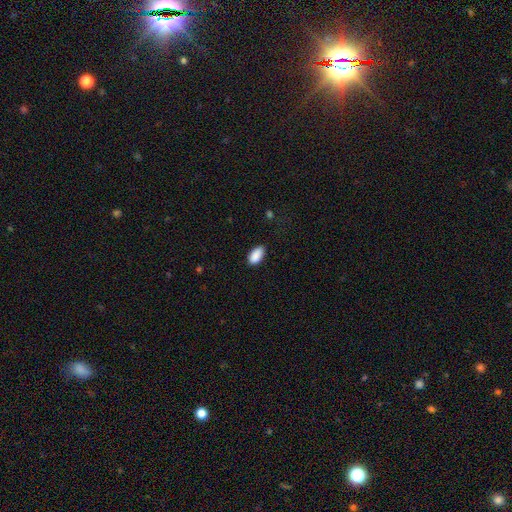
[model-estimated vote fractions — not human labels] A smooth galaxy with no disk features (90%) that is in between round and cigar-shaped (94%).

Vote fractions:
- Smooth or featured? smooth: 90% / star or artifact: 7% / featured or disk: 3%
- How rounded? in between: 94% / round: 3% / cigar-shaped: 3%
- Merging? none: 83% / minor disturbance: 13% / major disturbance: 3% / merger: 1%